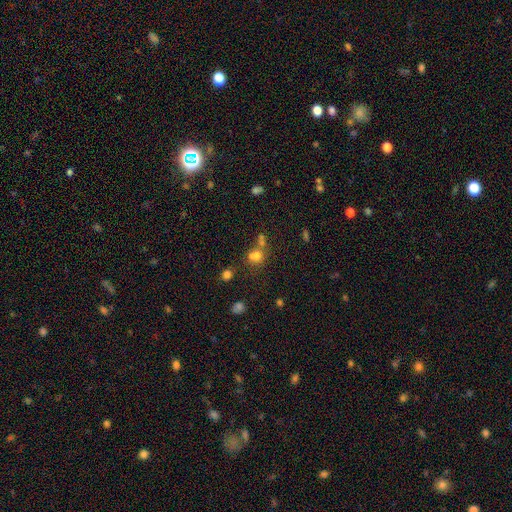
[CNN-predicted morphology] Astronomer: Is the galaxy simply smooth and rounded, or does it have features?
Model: smooth — 69%.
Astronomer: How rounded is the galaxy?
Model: round — 74%.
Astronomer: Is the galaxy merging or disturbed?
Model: merger — 42% (runner-up: none, 41%).